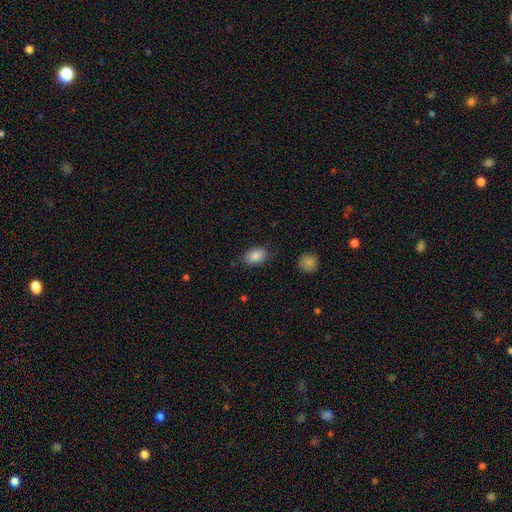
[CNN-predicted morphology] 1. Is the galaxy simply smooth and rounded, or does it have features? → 87% smooth, 7% star or artifact, 5% featured or disk.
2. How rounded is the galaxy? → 86% in between, 13% round, 1% cigar-shaped.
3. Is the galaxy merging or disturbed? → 79% none, 15% minor disturbance, 4% major disturbance, 2% merger.